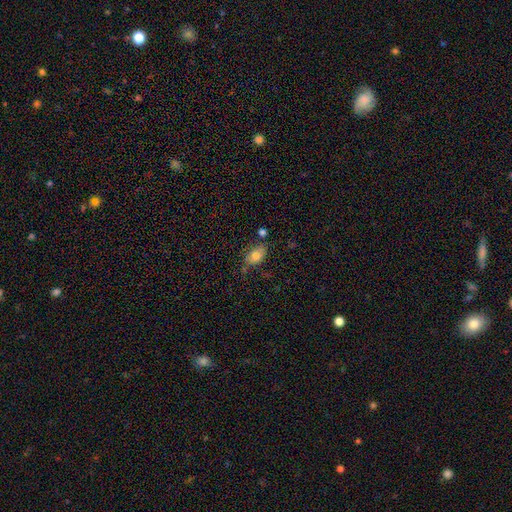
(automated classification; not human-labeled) A smooth galaxy with no disk features (78%) that is in between round and cigar-shaped (88%). Merging: none (66%).